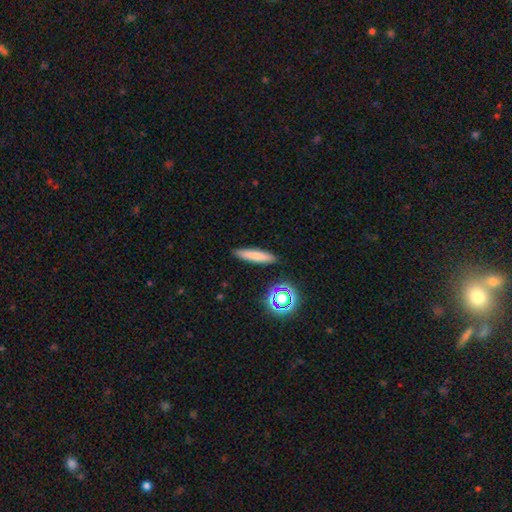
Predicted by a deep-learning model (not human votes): smooth_or_featured: smooth (p=0.73) [alt: featured or disk p=0.15]
how_rounded: cigar-shaped (p=0.83) [alt: in between p=0.14]
merging: none (p=0.88) [alt: minor disturbance p=0.08]